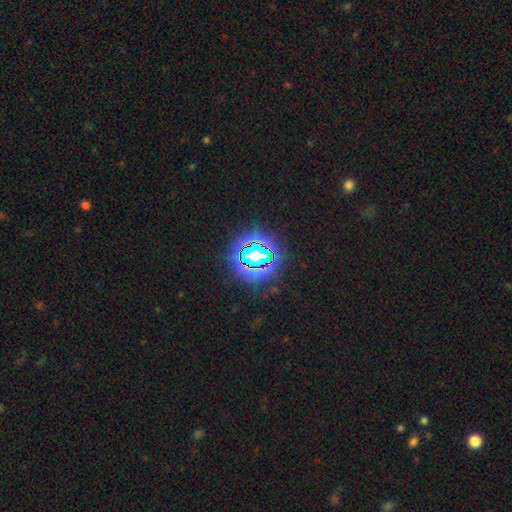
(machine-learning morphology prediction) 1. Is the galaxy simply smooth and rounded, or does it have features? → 70% star or artifact, 18% smooth, 12% featured or disk.